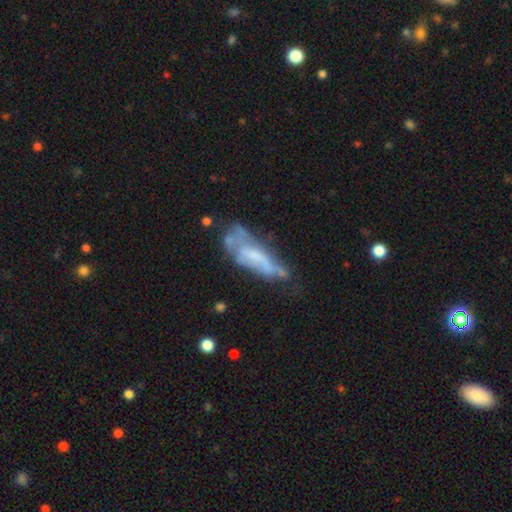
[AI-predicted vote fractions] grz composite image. It shows a featured or disk galaxy (51%). Merging: major disturbance (30%).